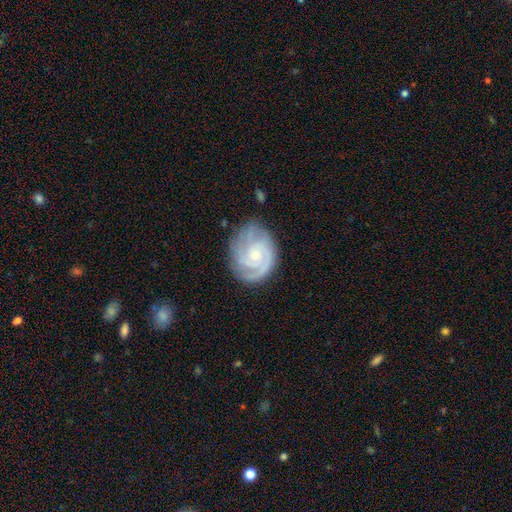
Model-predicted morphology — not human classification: The model was most divided on "spiral arm count": 3: 34%, 2: 31%, can't tell: 17%, 4: 7%, 1: 5%, more than 4: 5%. More confident: edge-on disk — no (98%); spiral arms — yes (97%); smooth or featured — featured or disk (86%); merging — none (75%); bulge size — small (72%); bar — no (71%); spiral winding — tight (66%).